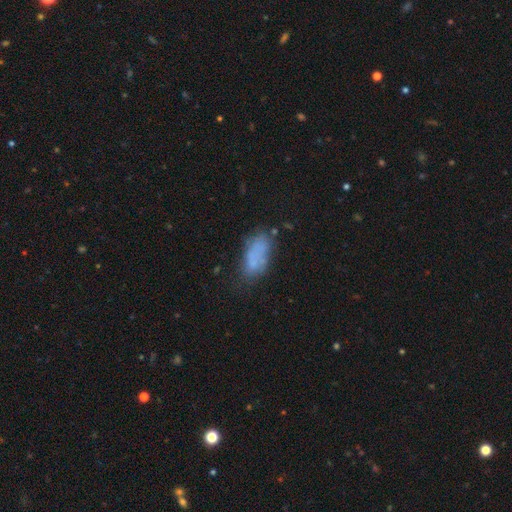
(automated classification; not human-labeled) This appears to be a smooth galaxy with no disk features (63%) that is in between round and cigar-shaped (85%). Merging: none (50%).